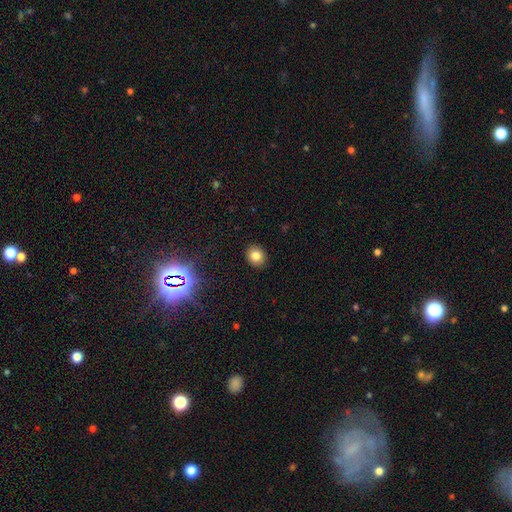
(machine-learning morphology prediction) A smooth galaxy with no disk features (80%) that is round (74%).

Vote fractions:
- Smooth or featured? smooth: 80% / star or artifact: 14% / featured or disk: 7%
- How rounded? round: 74% / in between: 25% / cigar-shaped: 1%
- Merging? none: 91% / minor disturbance: 6% / major disturbance: 2% / merger: 1%